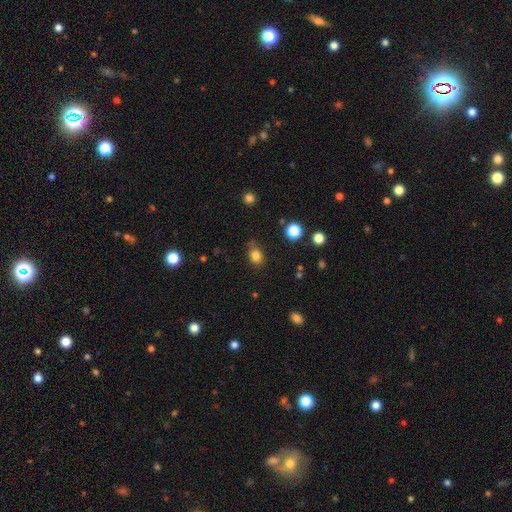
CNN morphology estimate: smooth_or_featured: smooth (p=0.81) [alt: star or artifact p=0.13]
how_rounded: in between (p=0.50) [alt: round p=0.49]
merging: none (p=0.71) [alt: minor disturbance p=0.20]